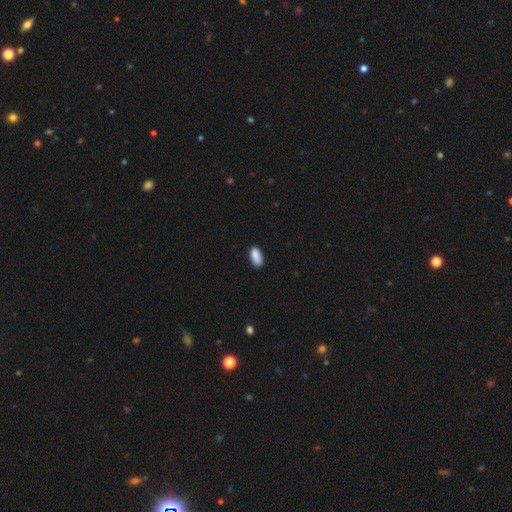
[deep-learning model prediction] This appears to be a smooth galaxy with no disk features (90%) that is in between round and cigar-shaped (93%). Merging: none (85%).